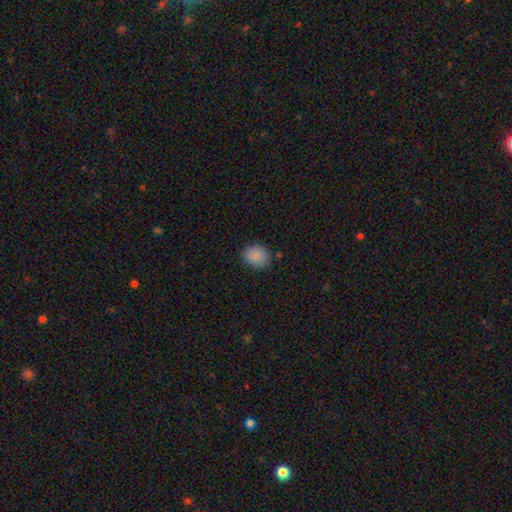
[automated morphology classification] Smooth or featured: smooth — 88% (star or artifact — 9%)
How rounded: round — 61% (in between — 38%)
Merging: none — 84% (minor disturbance — 12%)